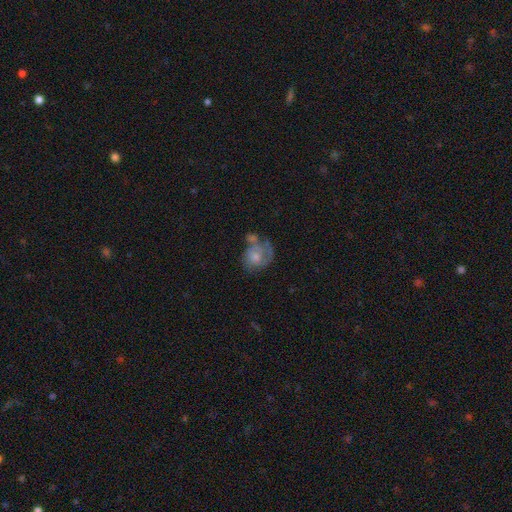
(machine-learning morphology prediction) type=featured or disk (54%); edge-on=no (98%); bar=no (81%); spiral arms=yes (68%); bulge=moderate (46%); merging=none (30%).